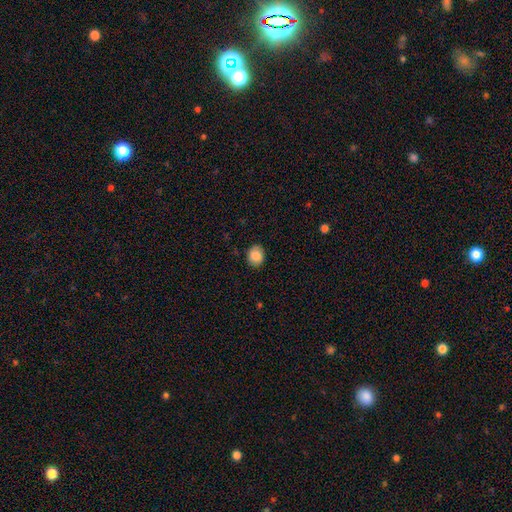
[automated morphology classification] The model was most divided on "how rounded": round: 62%, in between: 37%, cigar-shaped: 1%. More confident: smooth or featured — smooth (88%); merging — none (86%).